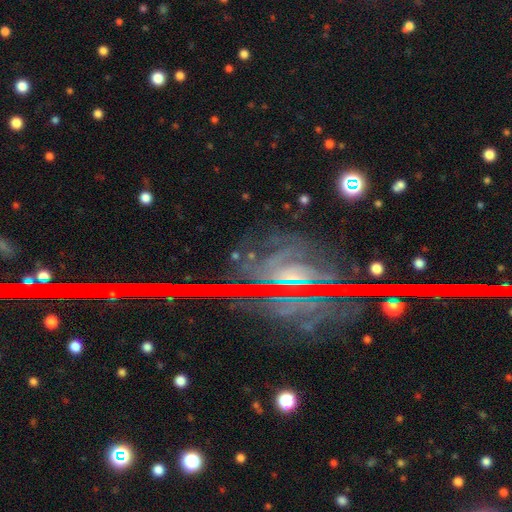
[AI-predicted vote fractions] Q: Smooth or featured?
A: star or artifact (64%); runner-up: featured or disk (28%)